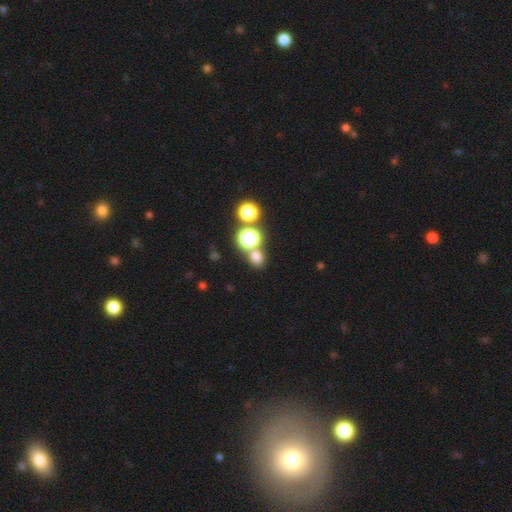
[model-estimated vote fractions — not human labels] Morphology: type=smooth (68%); roundness=round (65%); merging=none (65%).